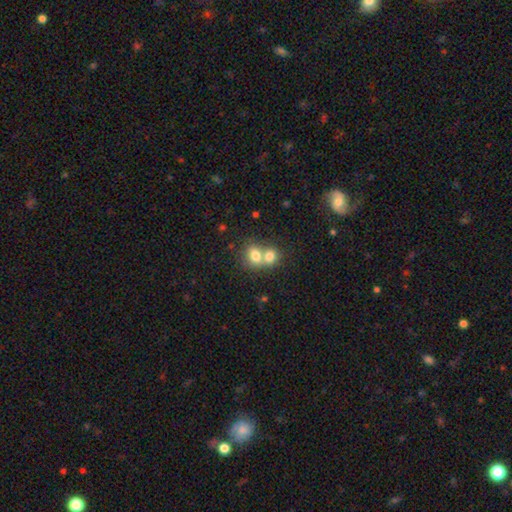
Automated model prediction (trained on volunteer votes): Smooth or featured? smooth (74%)
How rounded? in between (52%)
Merging? merger (67%)